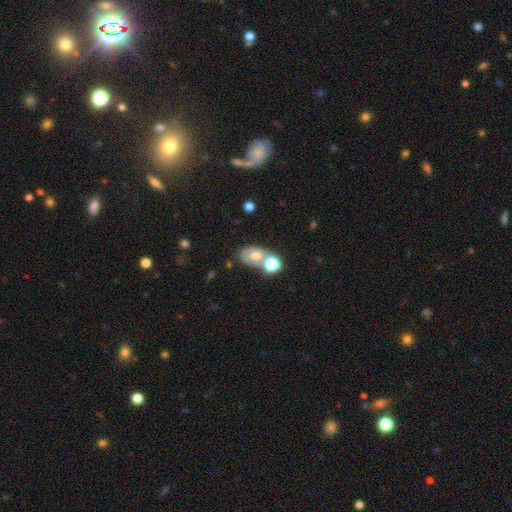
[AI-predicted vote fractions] This is possibly a smooth galaxy (55%). How rounded: likely in between (73%). Merging: marginally merger (40%).